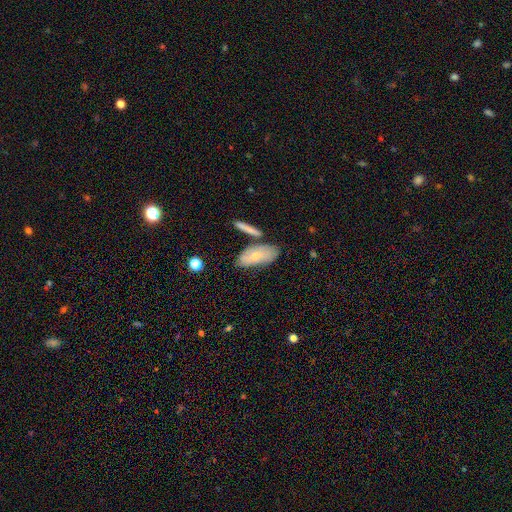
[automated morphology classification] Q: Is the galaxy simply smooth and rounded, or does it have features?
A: smooth — 67%.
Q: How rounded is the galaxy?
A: in between — 87%.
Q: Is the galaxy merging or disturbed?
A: none — 59%.